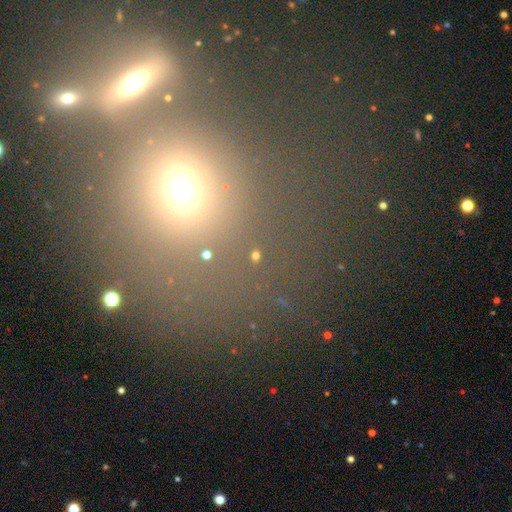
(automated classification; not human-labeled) Smooth or featured? Predicted: star or artifact (p=0.57).